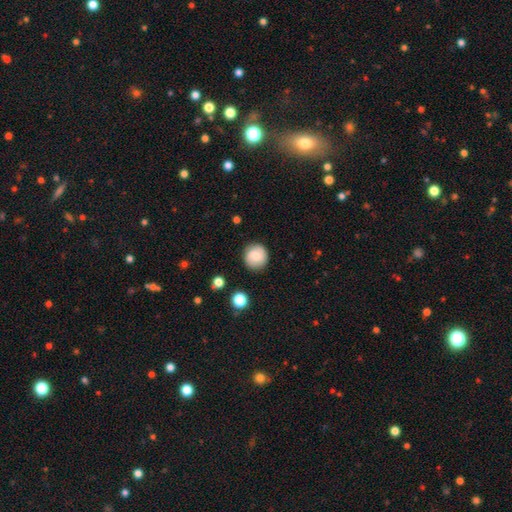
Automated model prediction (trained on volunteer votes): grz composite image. It shows a smooth galaxy with no disk features (67%) that is round (92%). Merging: none (86%).